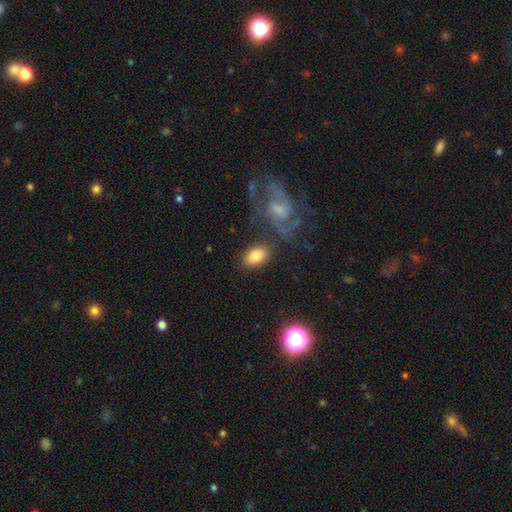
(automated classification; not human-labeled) Smooth or featured?
  - smooth: 80% *
  - featured or disk: 13%
  - star or artifact: 6%
How rounded?
  - in between: 88% *
  - round: 10%
  - cigar-shaped: 1%
Merging?
  - none: 73% *
  - minor disturbance: 13%
  - merger: 8%
  - major disturbance: 5%